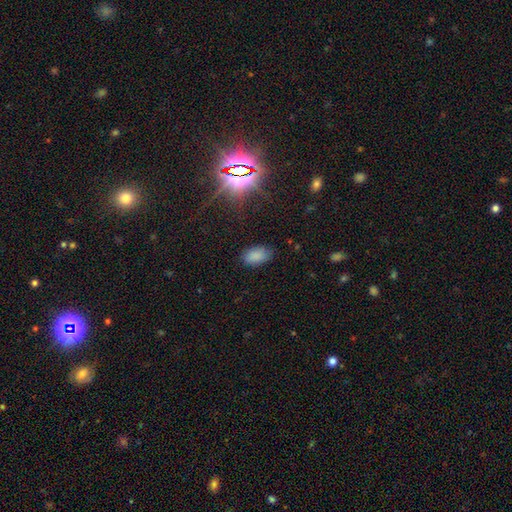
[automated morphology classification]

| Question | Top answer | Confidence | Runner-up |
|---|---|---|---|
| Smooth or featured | smooth | 84% | star or artifact (12%) |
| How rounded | in between | 93% | round (5%) |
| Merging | none | 82% | minor disturbance (14%) |